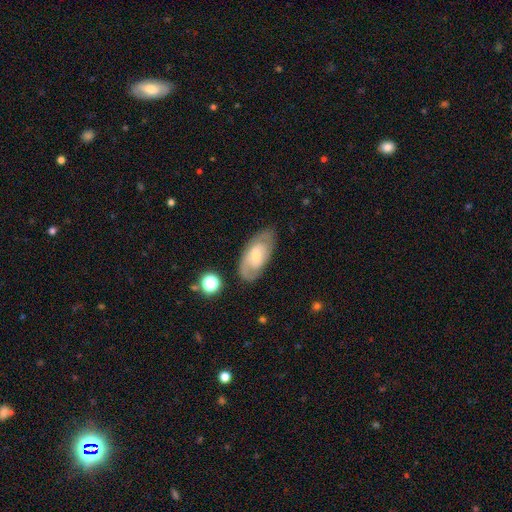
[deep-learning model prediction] This appears to be a featured or disk galaxy (60%) with no bar (47%), spiral arms (76%) and a small central bulge (51%). Merging: none (74%).